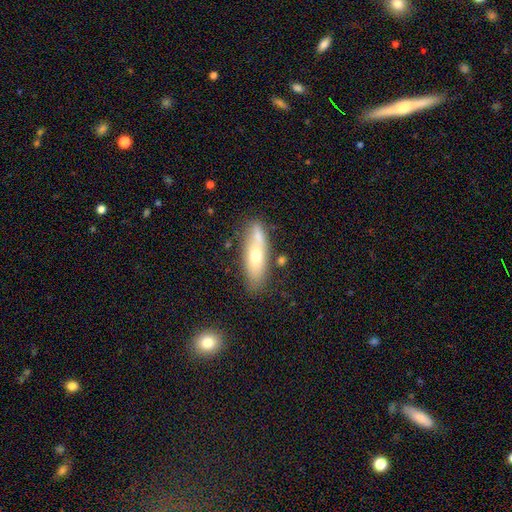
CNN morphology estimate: Q: Smooth or featured?
A: smooth (60%); runner-up: featured or disk (32%)
Q: How rounded?
A: in between (53%); runner-up: cigar-shaped (44%)
Q: Merging?
A: none (62%); runner-up: minor disturbance (17%)